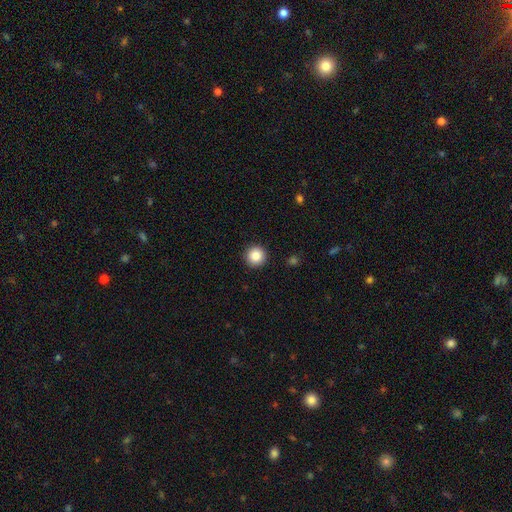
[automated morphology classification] The model was most divided on "smooth or featured": smooth: 87%, star or artifact: 9%, featured or disk: 4%. More confident: how rounded — round (96%); merging — none (93%).